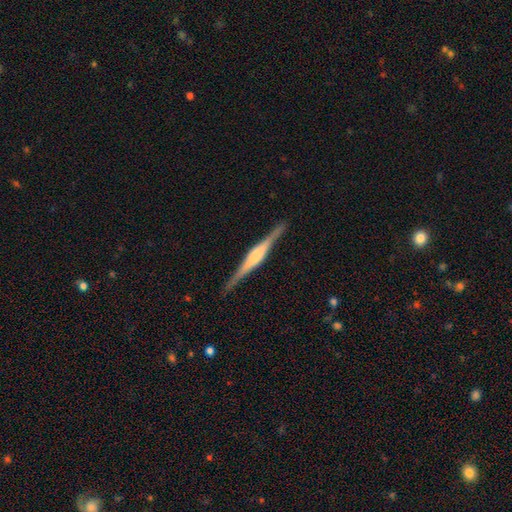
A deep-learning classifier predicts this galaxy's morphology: Smooth or featured?
  - featured or disk: 81% *
  - smooth: 14%
  - star or artifact: 5%
Edge-on disk?
  - yes: 98% *
  - no: 2%
Edge-on bulge?
  - rounded: 50% *
  - boxy: 42%
  - none: 9%
Merging?
  - none: 90% *
  - minor disturbance: 7%
  - major disturbance: 1%
  - merger: 1%